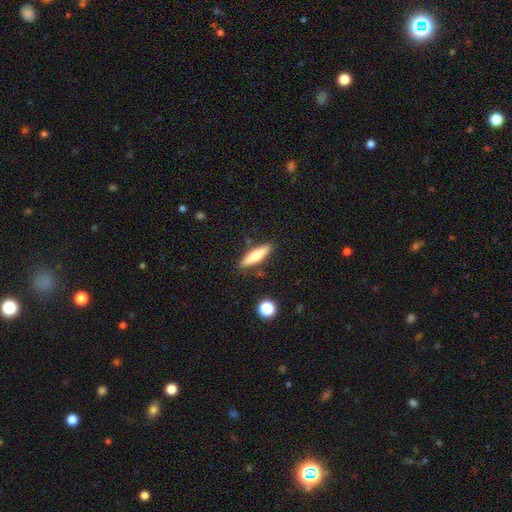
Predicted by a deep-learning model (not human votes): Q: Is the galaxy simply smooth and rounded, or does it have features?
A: smooth — 60%.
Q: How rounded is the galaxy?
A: cigar-shaped — 70%.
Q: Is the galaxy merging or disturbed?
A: none — 85%.